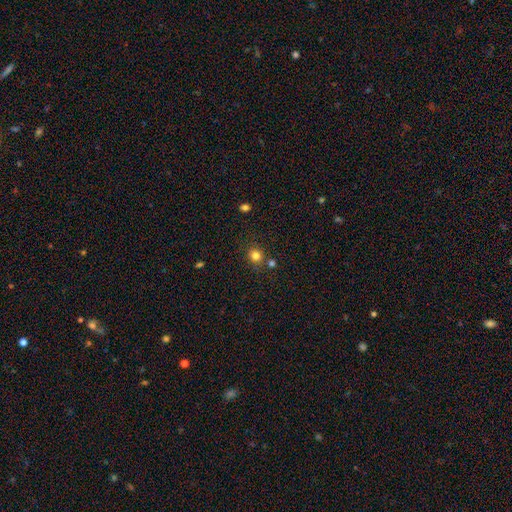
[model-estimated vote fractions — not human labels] Smooth or featured? smooth (81%)
How rounded? round (81%)
Merging? none (76%)